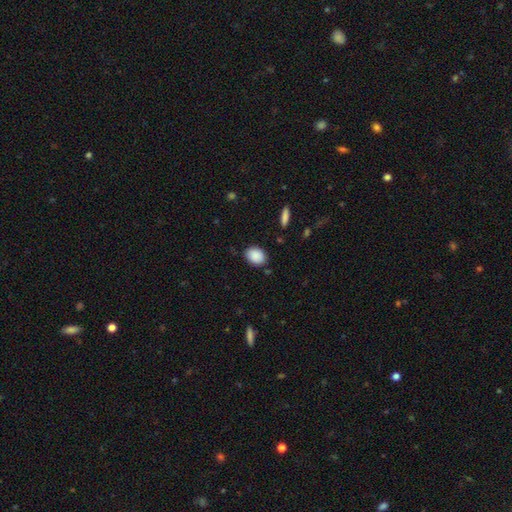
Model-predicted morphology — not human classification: A smooth galaxy with no disk features (89%) that is in between round and cigar-shaped (68%).

Vote fractions:
- Smooth or featured? smooth: 89% / star or artifact: 7% / featured or disk: 4%
- How rounded? in between: 68% / round: 31% / cigar-shaped: 1%
- Merging? none: 84% / minor disturbance: 12% / major disturbance: 3% / merger: 2%